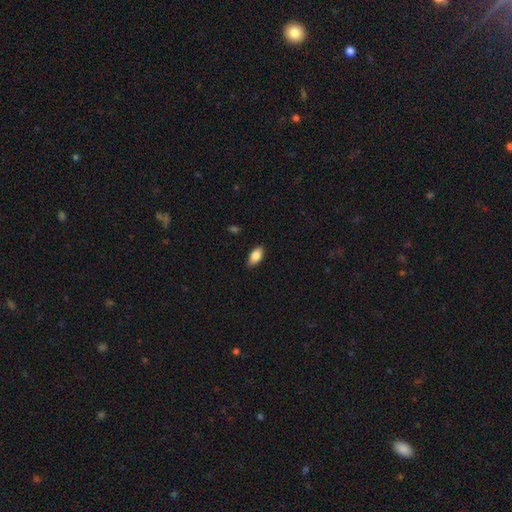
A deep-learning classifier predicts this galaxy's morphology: Smooth or featured? smooth (83%)
How rounded? in between (91%)
Merging? none (86%)